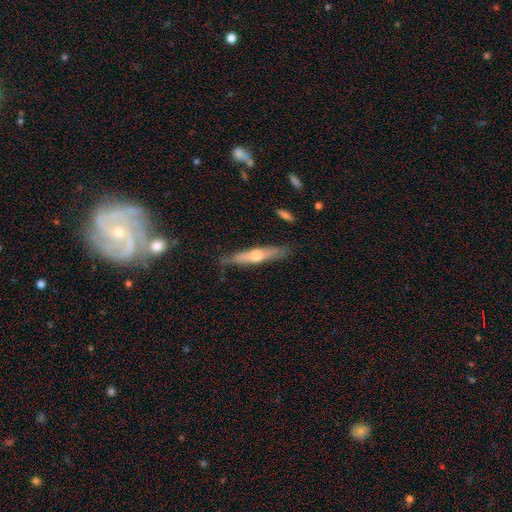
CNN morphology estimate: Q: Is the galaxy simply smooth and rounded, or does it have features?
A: featured or disk — 57%.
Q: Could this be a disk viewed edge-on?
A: yes — 94%.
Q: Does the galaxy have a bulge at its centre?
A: rounded — 86%.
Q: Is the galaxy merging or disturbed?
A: none — 81%.